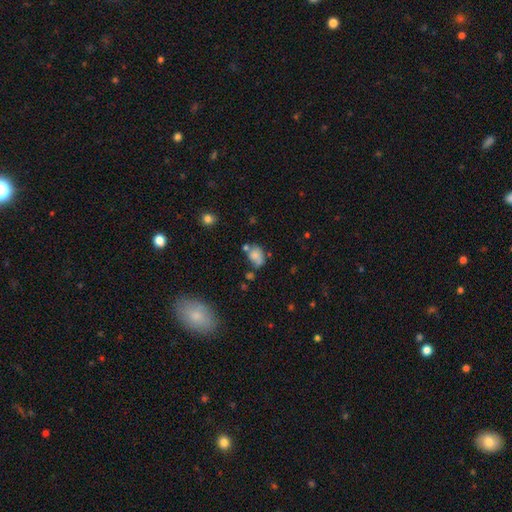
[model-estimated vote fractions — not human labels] A smooth galaxy with no disk features (68%) that is in between round and cigar-shaped (66%). Merging: none (43%).